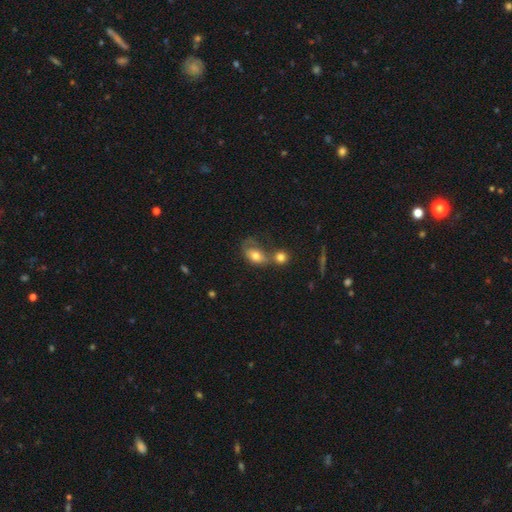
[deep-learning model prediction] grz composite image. It shows a smooth galaxy with no disk features (69%) that is in between round and cigar-shaped (74%). Merging: merger (46%).